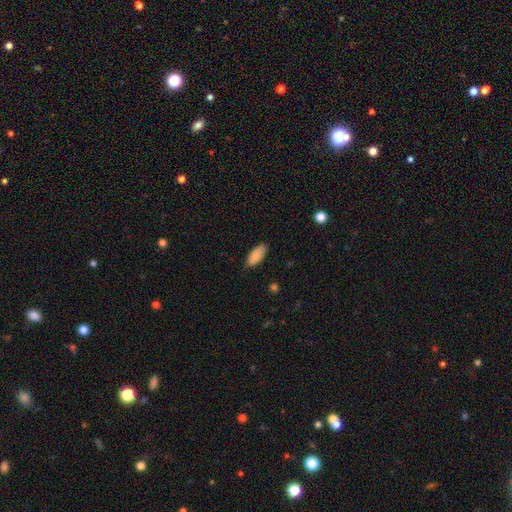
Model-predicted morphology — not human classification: smooth-or-featured: smooth: 86% | featured or disk: 8% | star or artifact: 6%
  how-rounded: in between: 86% | cigar-shaped: 12% | round: 2%
  merging: none: 82% | minor disturbance: 15% | major disturbance: 2% | merger: 1%